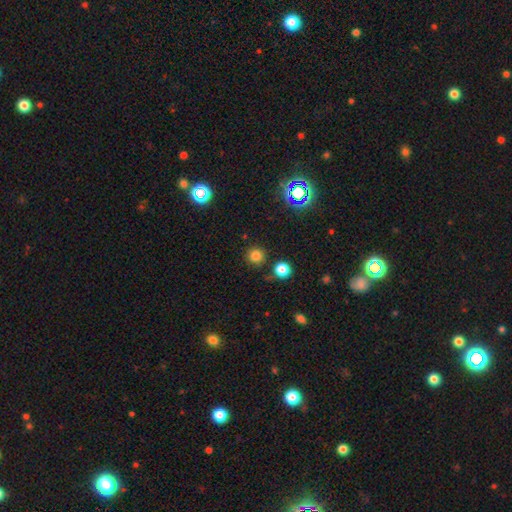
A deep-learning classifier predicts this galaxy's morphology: Smooth or featured? Predicted: smooth (p=0.77). How rounded? Predicted: round (p=0.94). Merging? Predicted: none (p=0.86).